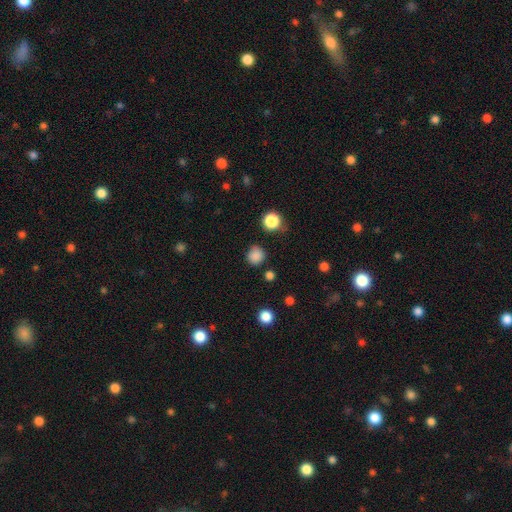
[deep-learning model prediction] Smooth or featured?
  - smooth: 83% *
  - star or artifact: 13%
  - featured or disk: 3%
How rounded?
  - round: 91% *
  - in between: 8%
  - cigar-shaped: 1%
Merging?
  - none: 84% *
  - minor disturbance: 10%
  - major disturbance: 3%
  - merger: 3%